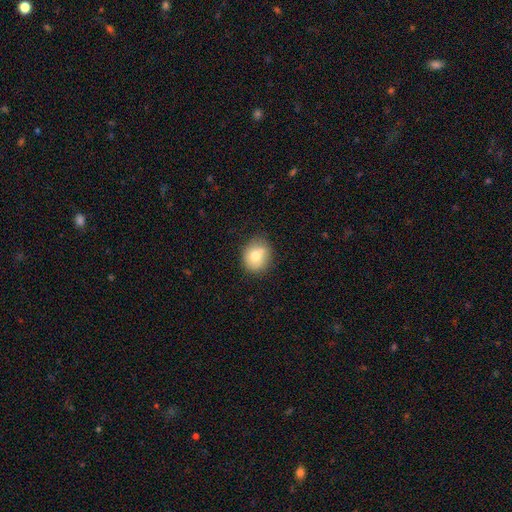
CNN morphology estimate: The model was most divided on "how rounded": round: 70%, in between: 29%, cigar-shaped: 1%. More confident: smooth or featured — smooth (76%); merging — none (70%).